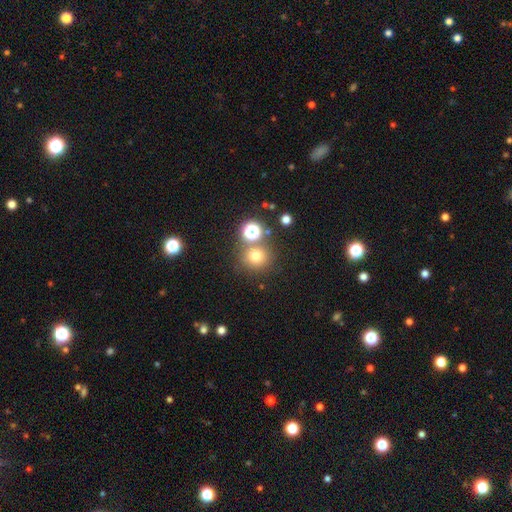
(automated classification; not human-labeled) The model was most divided on "smooth or featured": smooth: 71%, star or artifact: 20%, featured or disk: 8%. More confident: how rounded — round (89%); merging — none (72%).